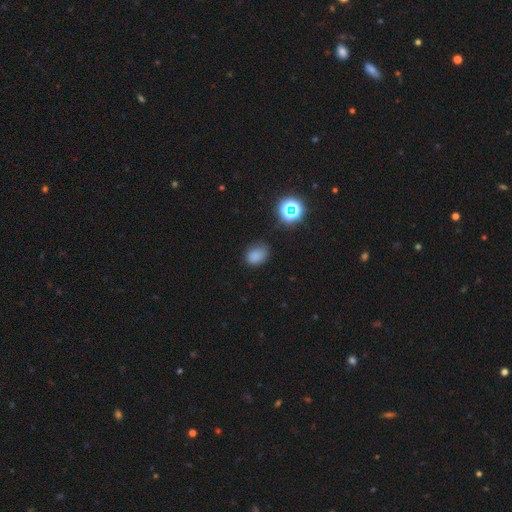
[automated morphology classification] Q: Smooth or featured?
A: smooth (77%); runner-up: star or artifact (17%)
Q: How rounded?
A: in between (61%); runner-up: round (38%)
Q: Merging?
A: none (69%); runner-up: minor disturbance (23%)